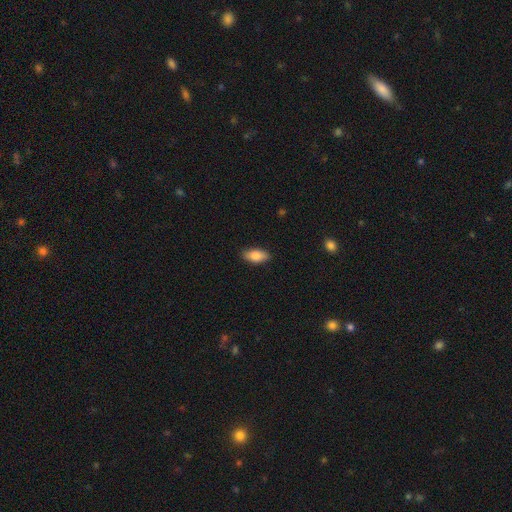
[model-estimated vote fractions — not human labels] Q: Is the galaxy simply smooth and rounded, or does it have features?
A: smooth — 85%.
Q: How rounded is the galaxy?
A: in between — 90%.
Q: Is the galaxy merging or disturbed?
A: none — 87%.